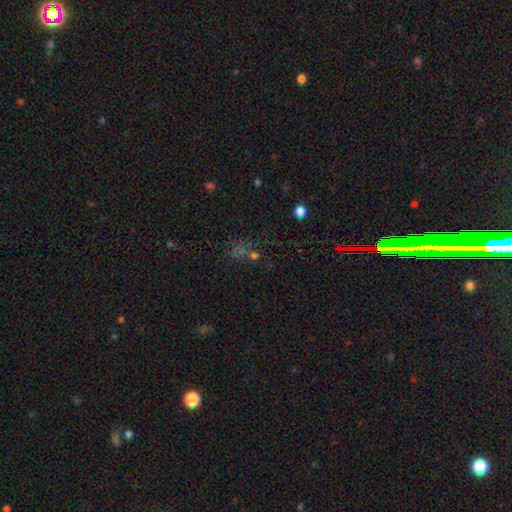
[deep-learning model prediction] This appears to be a star or artifact, not a galaxy (58%).